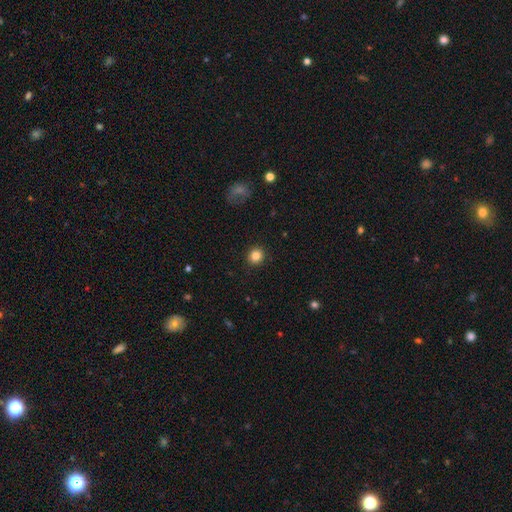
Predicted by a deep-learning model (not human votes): A smooth galaxy with no disk features (84%) that is round (91%). Merging: none (92%).